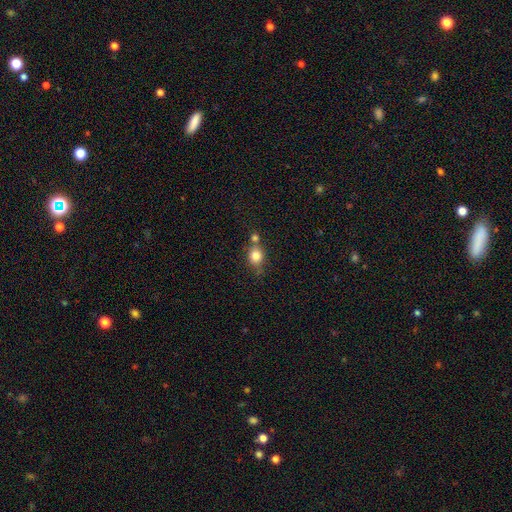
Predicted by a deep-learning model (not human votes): Morphology: type=smooth (80%); roundness=round (68%); merging=none (51%).